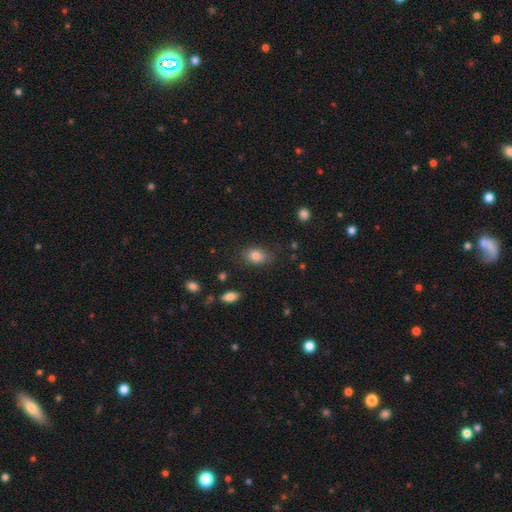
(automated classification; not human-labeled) Smooth or featured?
  - smooth: 81% *
  - star or artifact: 9%
  - featured or disk: 9%
How rounded?
  - in between: 82% *
  - round: 16%
  - cigar-shaped: 2%
Merging?
  - none: 75% *
  - minor disturbance: 18%
  - major disturbance: 5%
  - merger: 2%